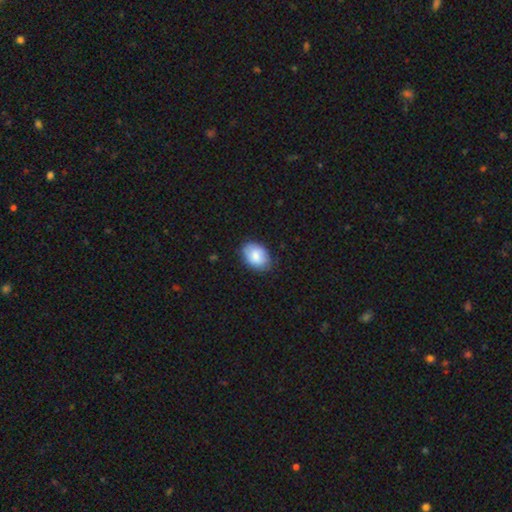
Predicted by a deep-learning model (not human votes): A smooth galaxy with no disk features (79%) that is in between round and cigar-shaped (83%). Merging: none (79%).